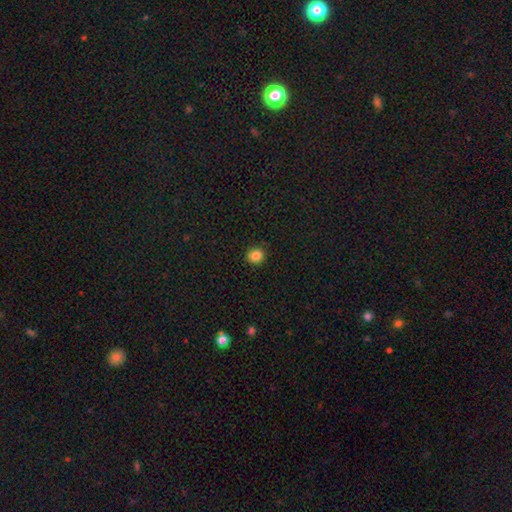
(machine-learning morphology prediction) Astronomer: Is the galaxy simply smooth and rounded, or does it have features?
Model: smooth — 84%.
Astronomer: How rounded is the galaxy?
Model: round — 89%.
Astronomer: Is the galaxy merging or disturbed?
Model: none — 91%.